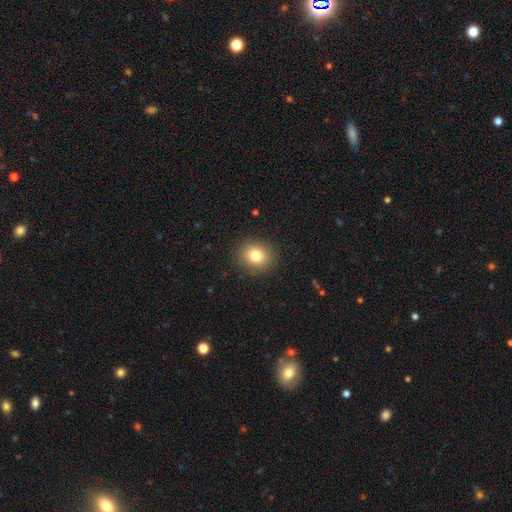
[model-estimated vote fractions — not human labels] This appears to be a smooth galaxy with no disk features (81%) that is round (69%). Merging: none (89%).